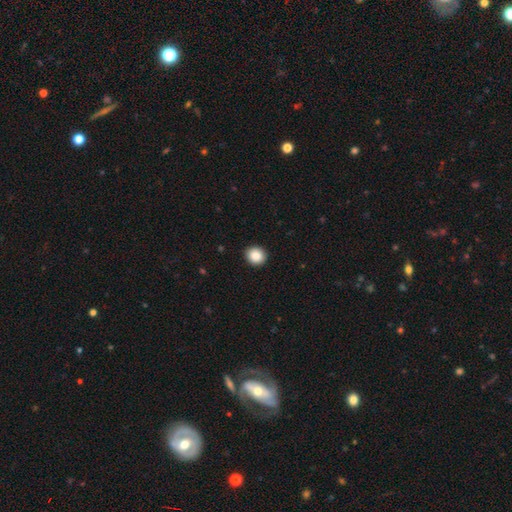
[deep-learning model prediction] Smooth or featured: smooth — 88% (star or artifact — 9%)
How rounded: round — 85% (in between — 14%)
Merging: none — 92% (minor disturbance — 6%)